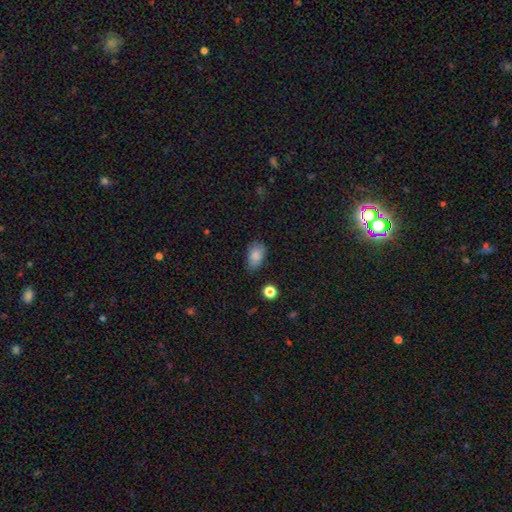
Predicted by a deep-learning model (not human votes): Smooth or featured?
  - smooth: 85% *
  - star or artifact: 9%
  - featured or disk: 6%
How rounded?
  - in between: 86% *
  - round: 12%
  - cigar-shaped: 2%
Merging?
  - none: 68% *
  - minor disturbance: 25%
  - major disturbance: 5%
  - merger: 2%